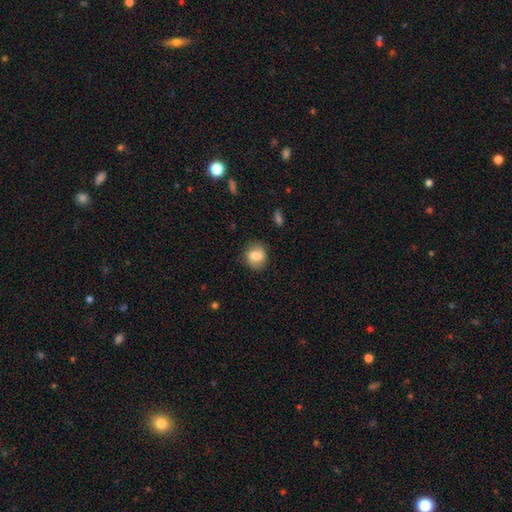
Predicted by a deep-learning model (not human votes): A smooth galaxy with no disk features (74%) that is round (71%). Merging: none (82%).